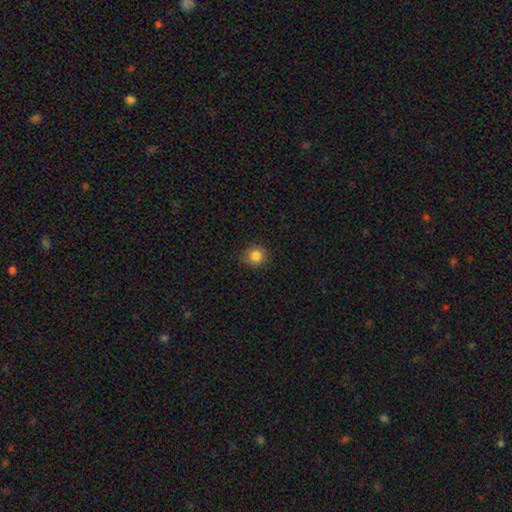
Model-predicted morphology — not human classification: Overall: smooth (84%). How rounded: round (88%). Merging: none (89%).